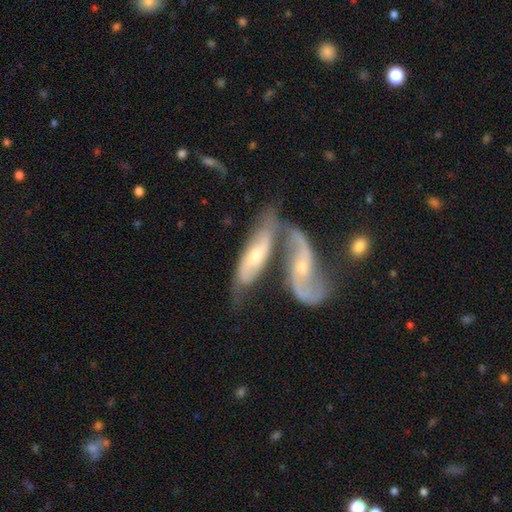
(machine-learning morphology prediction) smooth_or_featured: featured or disk (p=0.68) [alt: smooth p=0.26]
disk_edge_on: no (p=0.76) [alt: yes p=0.24]
bar: no (p=0.54) [alt: weak p=0.32]
has_spiral_arms: yes (p=0.80) [alt: no p=0.20]
bulge_size: small (p=0.49) [alt: moderate p=0.45]
merging: merger (p=0.64) [alt: none p=0.19]